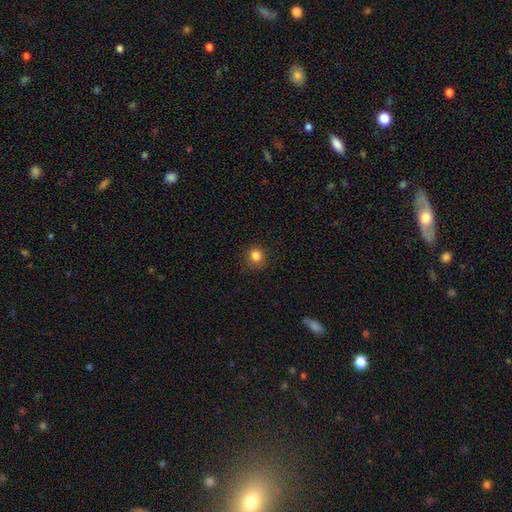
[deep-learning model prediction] This appears to be a smooth galaxy with no disk features (84%) that is round (90%). Merging: none (85%).